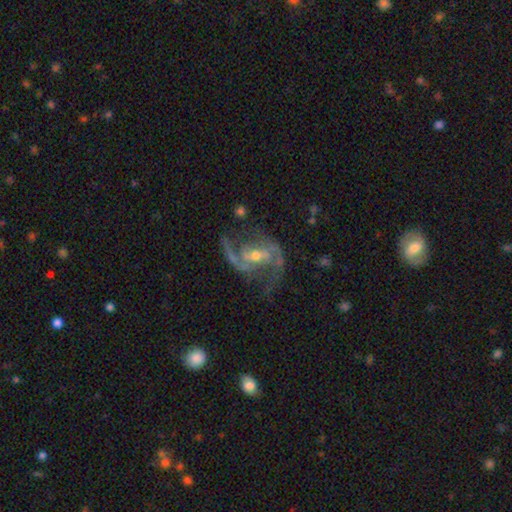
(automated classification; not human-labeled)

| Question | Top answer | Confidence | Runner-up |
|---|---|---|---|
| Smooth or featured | featured or disk | 90% | star or artifact (5%) |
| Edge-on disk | no | 97% | yes (3%) |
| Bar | weak | 45% | no (28%) |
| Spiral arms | yes | 97% | no (3%) |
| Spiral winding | medium | 51% | loose (37%) |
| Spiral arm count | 2 | 88% | 3 (4%) |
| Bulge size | moderate | 51% | small (44%) |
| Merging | none | 65% | minor disturbance (18%) |